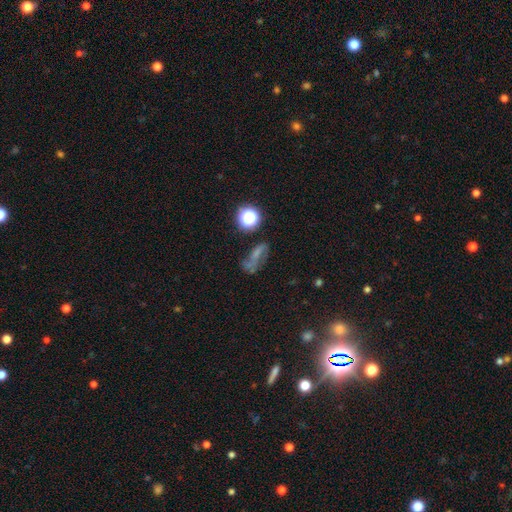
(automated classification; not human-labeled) Overall: smooth (37%; featured or disk 35%). Merging: none (48%; minor disturbance 21%).